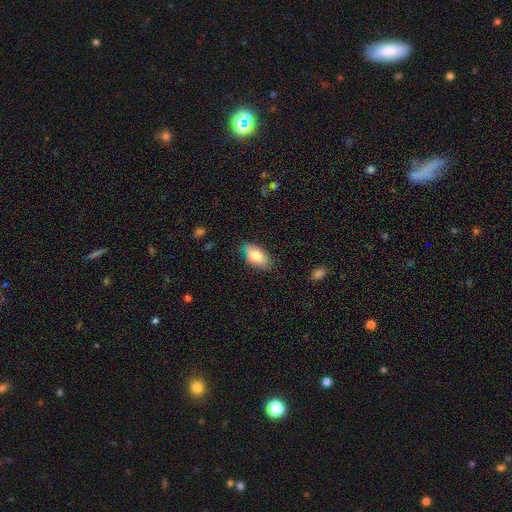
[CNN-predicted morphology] Smooth or featured?
  - smooth: 81% *
  - featured or disk: 12%
  - star or artifact: 7%
How rounded?
  - in between: 92% *
  - round: 4%
  - cigar-shaped: 4%
Merging?
  - none: 76% *
  - minor disturbance: 19%
  - major disturbance: 3%
  - merger: 1%